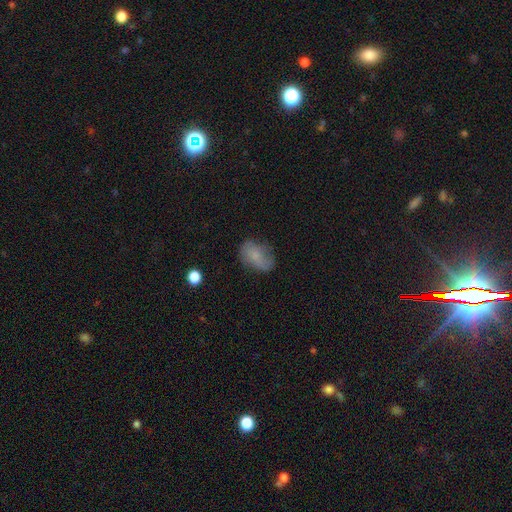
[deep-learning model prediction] This is likely a smooth galaxy (67%). How rounded: clearly in between (84%). Merging: likely none (61%).